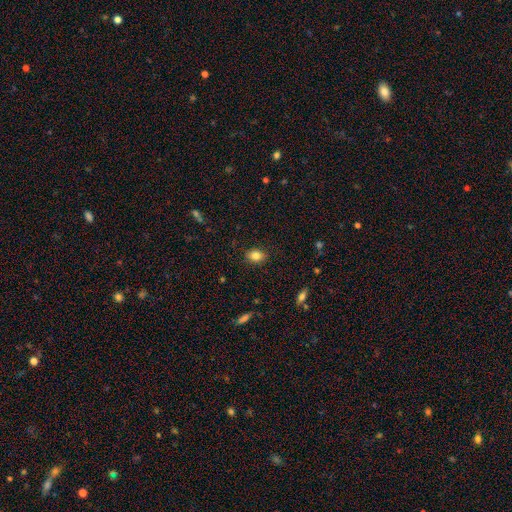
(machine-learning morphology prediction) Smooth or featured?
  - smooth: 83% *
  - star or artifact: 10%
  - featured or disk: 8%
How rounded?
  - in between: 74% *
  - round: 24%
  - cigar-shaped: 2%
Merging?
  - none: 86% *
  - minor disturbance: 11%
  - major disturbance: 2%
  - merger: 1%